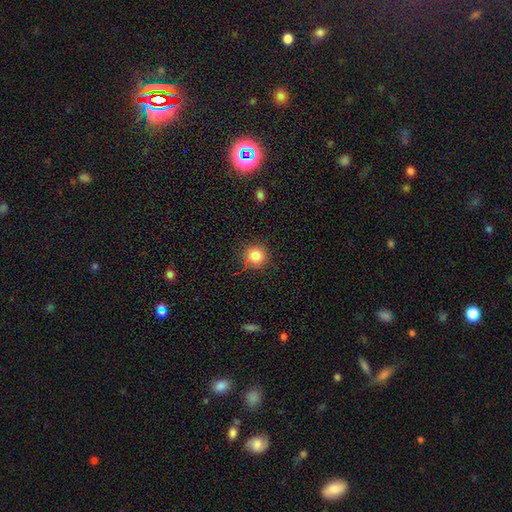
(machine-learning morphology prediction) type=smooth (85%); roundness=round (94%); merging=none (88%).